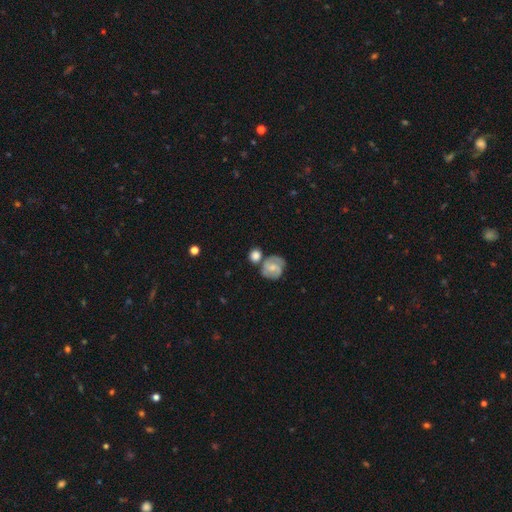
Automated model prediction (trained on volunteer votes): This appears to be a smooth galaxy with no disk features (65%) that is round (77%). Merging: none (59%).